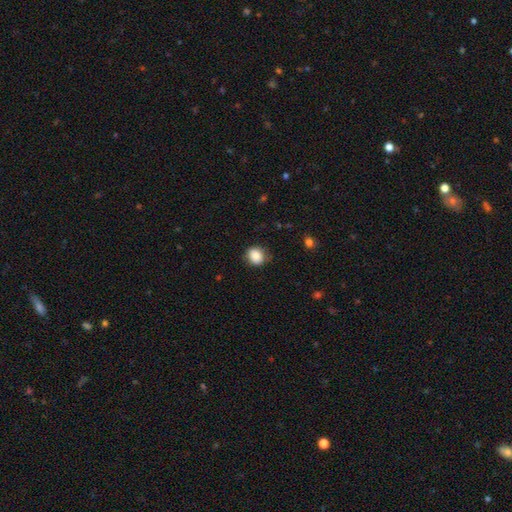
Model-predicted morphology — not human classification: smooth-or-featured: smooth: 86% | star or artifact: 9% | featured or disk: 5%
  how-rounded: round: 73% | in between: 26% | cigar-shaped: 1%
  merging: none: 78% | minor disturbance: 17% | major disturbance: 4% | merger: 1%